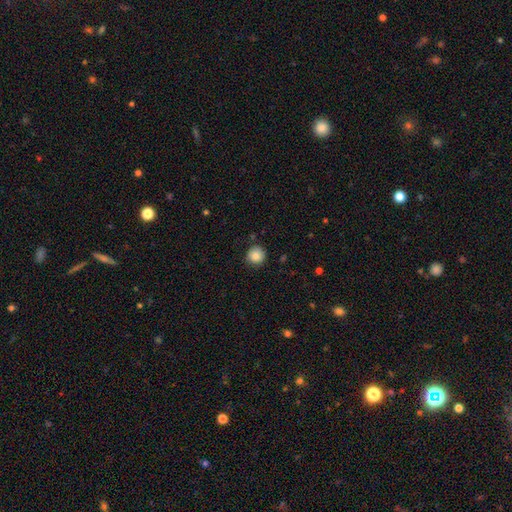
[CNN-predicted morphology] smooth-or-featured: smooth: 85% | star or artifact: 9% | featured or disk: 6%
  how-rounded: round: 93% | in between: 6% | cigar-shaped: 1%
  merging: none: 86% | minor disturbance: 11% | major disturbance: 2% | merger: 1%